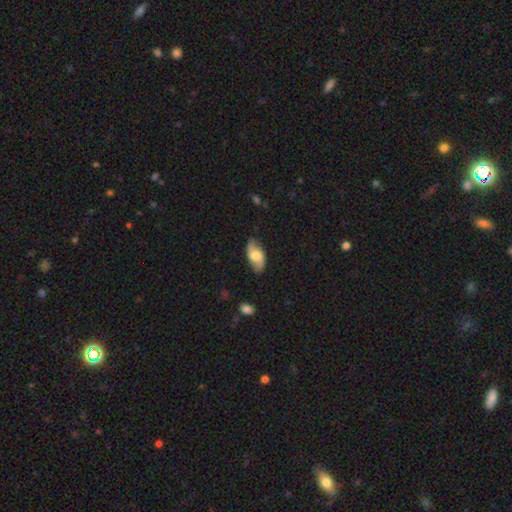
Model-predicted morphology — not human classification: Smooth or featured?
  - featured or disk: 48% *
  - smooth: 45%
  - star or artifact: 7%
Merging?
  - none: 79% *
  - minor disturbance: 16%
  - major disturbance: 4%
  - merger: 1%